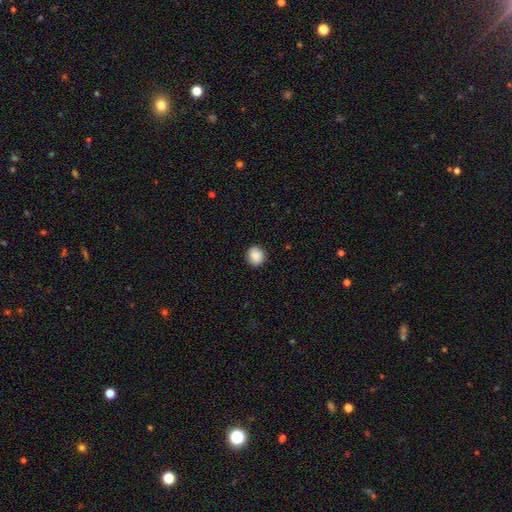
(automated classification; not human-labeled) This is clearly a smooth galaxy (87%). How rounded: clearly round (87%). Merging: clearly none (90%).